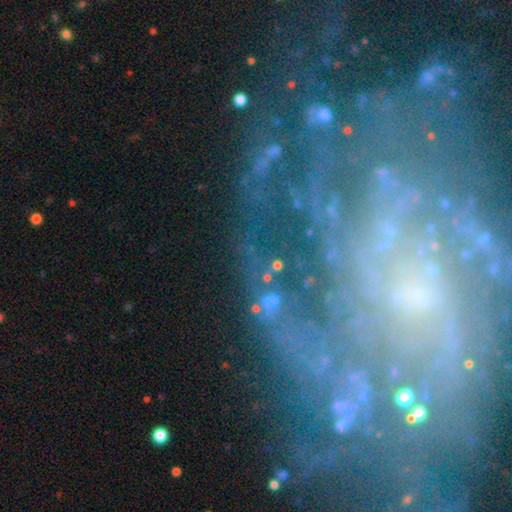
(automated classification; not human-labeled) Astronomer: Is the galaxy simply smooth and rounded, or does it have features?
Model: featured or disk — 74%.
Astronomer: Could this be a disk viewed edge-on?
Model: no — 95%.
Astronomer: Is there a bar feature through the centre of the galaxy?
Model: no — 56%.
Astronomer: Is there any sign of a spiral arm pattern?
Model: yes — 91%.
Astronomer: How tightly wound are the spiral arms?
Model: tight — 66%.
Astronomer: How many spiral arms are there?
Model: can't tell — 31% (runner-up: 2, 15%).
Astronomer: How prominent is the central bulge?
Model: small — 67%.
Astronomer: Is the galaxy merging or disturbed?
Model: none — 67%.